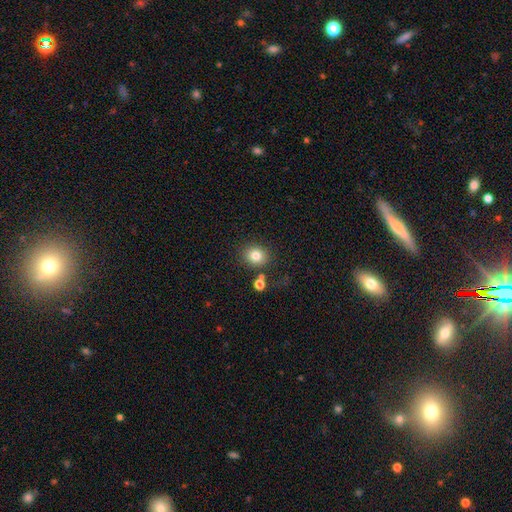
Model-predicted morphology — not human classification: smooth_or_featured: smooth (p=0.81) [alt: star or artifact p=0.12]
how_rounded: round (p=0.77) [alt: in between p=0.22]
merging: none (p=0.79) [alt: minor disturbance p=0.10]